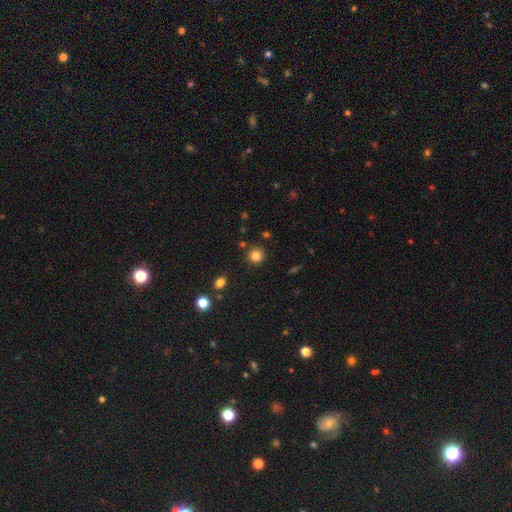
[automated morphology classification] Overall: smooth (83%). How rounded: round (93%). Merging: none (89%).